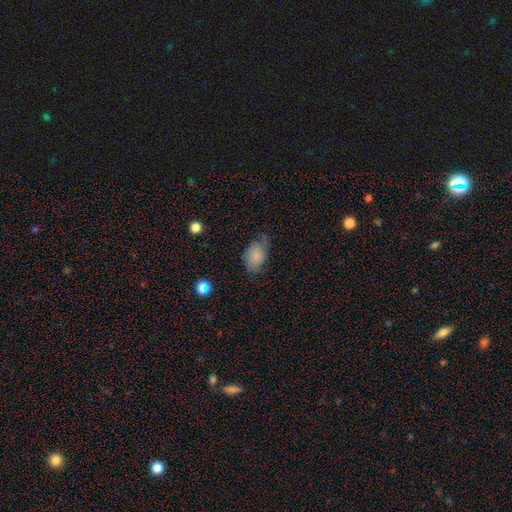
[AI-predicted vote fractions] A smooth galaxy with no disk features (71%) that is in between round and cigar-shaped (85%). Merging: none (47%).